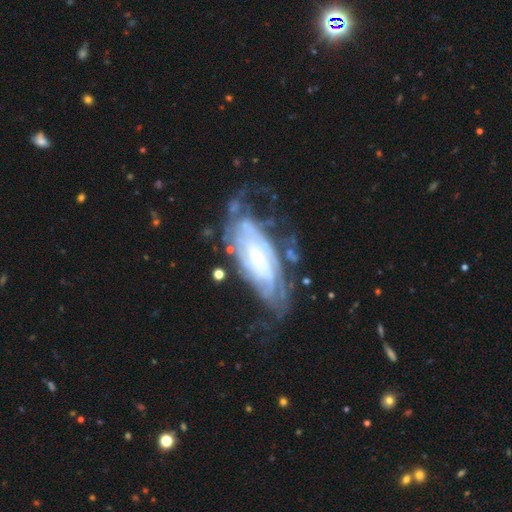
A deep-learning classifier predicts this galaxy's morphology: type=featured or disk (84%); edge-on=no (91%); bar=no (63%); spiral arms=yes (94%); winding=tight (70%); arm count=can't tell (49%); bulge=small (64%); merging=none (55%).